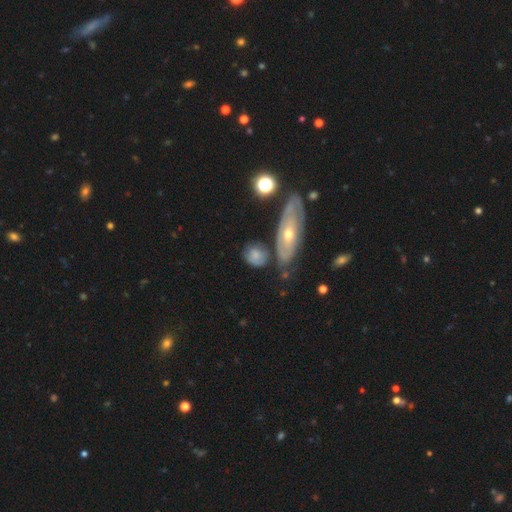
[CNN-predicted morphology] A smooth galaxy with no disk features (64%) that is round (56%).

Vote fractions:
- Smooth or featured? smooth: 64% / featured or disk: 29% / star or artifact: 8%
- How rounded? round: 56% / in between: 39% / cigar-shaped: 5%
- Merging? none: 60% / minor disturbance: 21% / merger: 11% / major disturbance: 8%